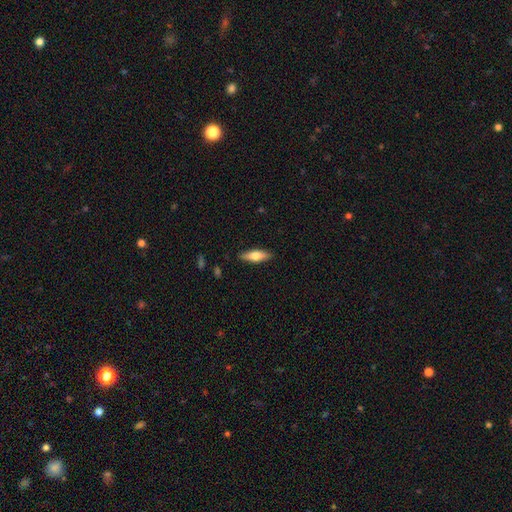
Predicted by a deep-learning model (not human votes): A smooth galaxy with no disk features (64%) that is in between round and cigar-shaped (51%). Merging: none (88%).